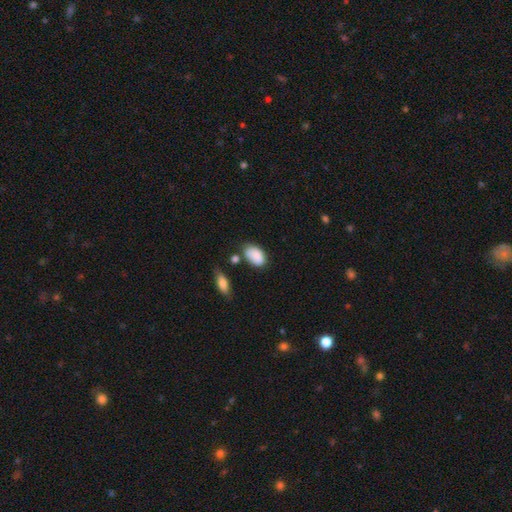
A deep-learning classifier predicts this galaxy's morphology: Smooth or featured? smooth (86%)
How rounded? in between (90%)
Merging? none (56%)